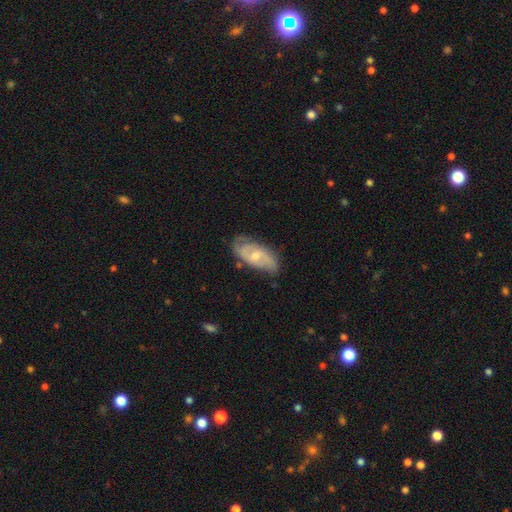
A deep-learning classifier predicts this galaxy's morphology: Smooth or featured? featured or disk (70%)
Edge-on disk? no (93%)
Bar? no (51%)
Spiral arms? yes (88%)
Spiral winding? medium (44%)
Spiral arm count? 2 (64%)
Bulge size? moderate (50%)
Merging? none (66%)